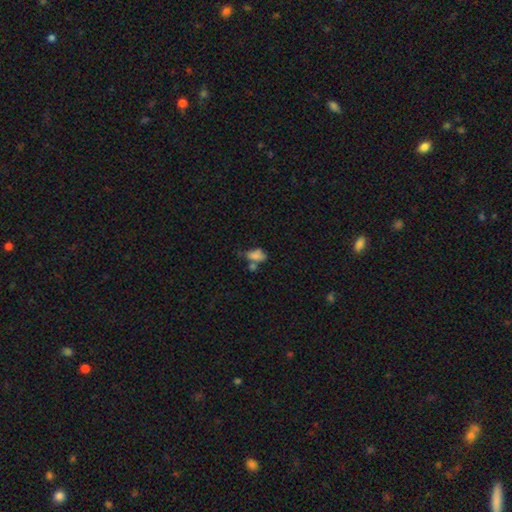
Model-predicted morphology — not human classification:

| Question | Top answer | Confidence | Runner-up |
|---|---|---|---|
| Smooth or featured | smooth | 73% | featured or disk (15%) |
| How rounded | in between | 85% | round (10%) |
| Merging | merger | 34% | none (31%) |